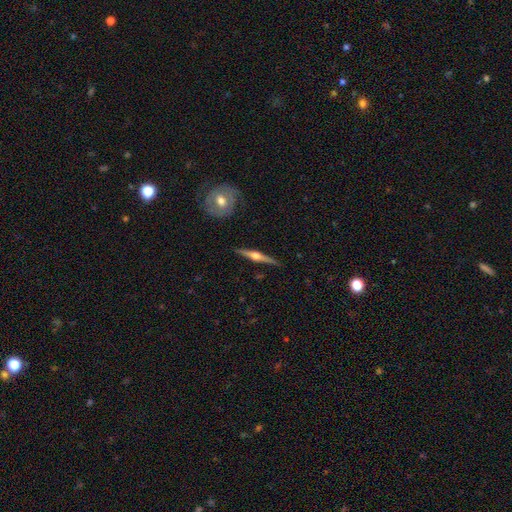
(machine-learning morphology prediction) This appears to be a featured or disk galaxy (78%) viewed edge-on (98%) with a rounded central bulge (93%). Merging: none (90%).